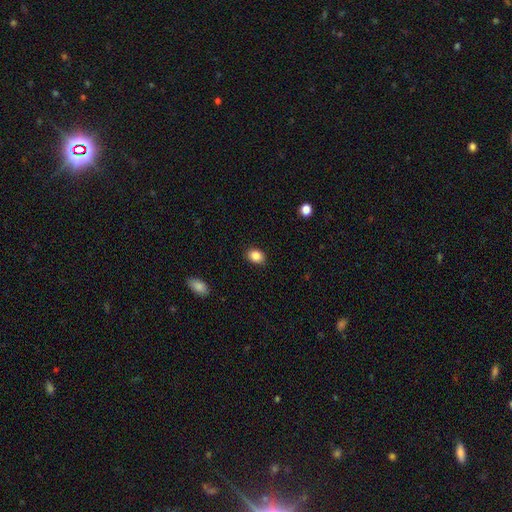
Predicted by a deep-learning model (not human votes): Morphology: type=smooth (87%); roundness=in between (61%); merging=none (88%).